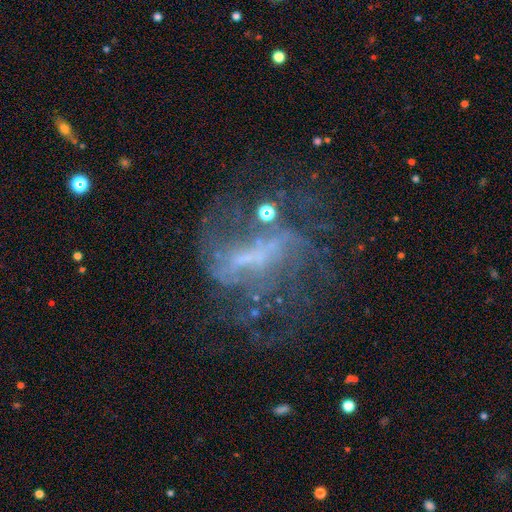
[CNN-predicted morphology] featured or disk 71%, star or artifact 18%, smooth 11%. Down the decision tree: edge-on disk — no (96%); bar — weak (35%); spiral arms — yes (57%); bulge size — none (50%); merging — none (41%).